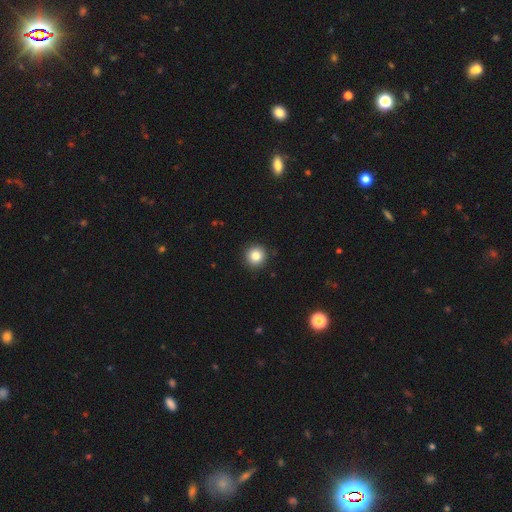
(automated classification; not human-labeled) Smooth or featured? smooth (83%)
How rounded? round (95%)
Merging? none (93%)